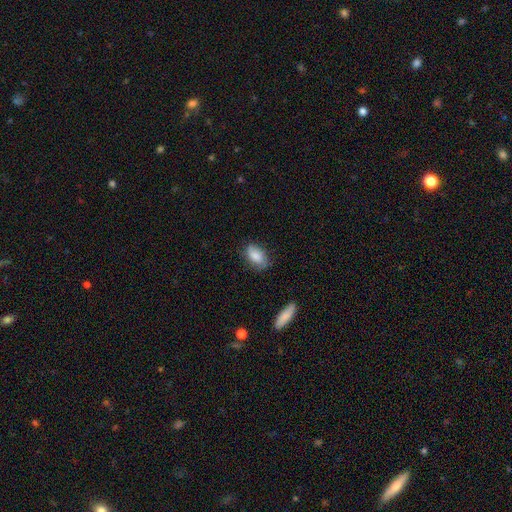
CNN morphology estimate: smooth 82%, featured or disk 11%, star or artifact 7%. Down the decision tree: how rounded — in between (90%); merging — none (68%).